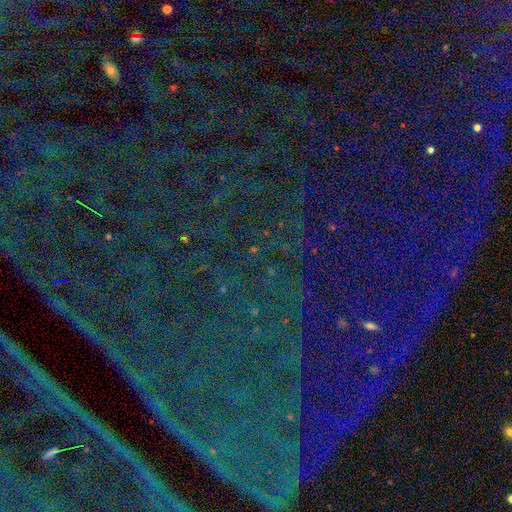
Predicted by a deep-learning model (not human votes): Morphology: type=star or artifact (86%).